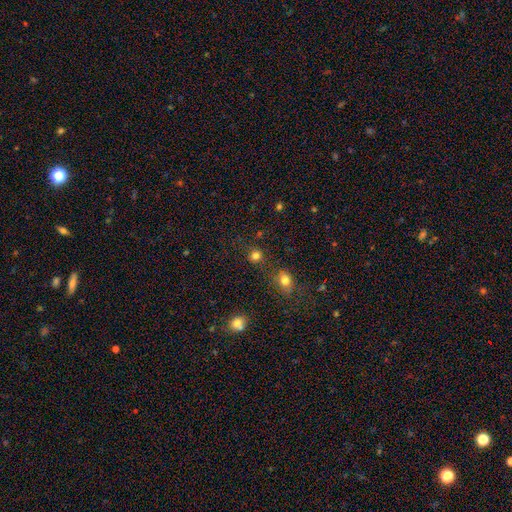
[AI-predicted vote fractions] Smooth or featured? Predicted: smooth (p=0.79). How rounded? Predicted: round (p=0.88). Merging? Predicted: none (p=0.79).